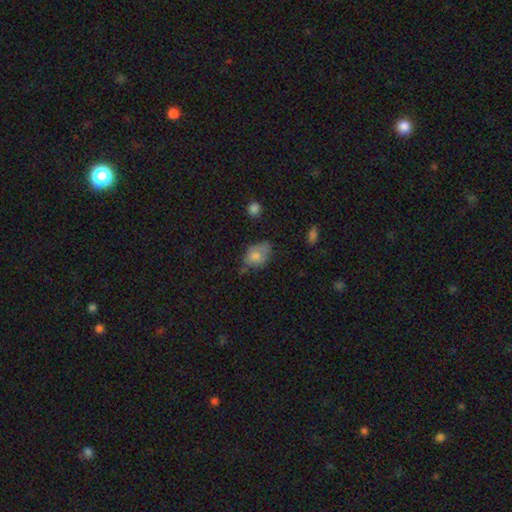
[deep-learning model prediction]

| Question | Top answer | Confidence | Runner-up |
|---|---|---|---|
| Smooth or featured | smooth | 73% | featured or disk (18%) |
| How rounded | in between | 69% | round (30%) |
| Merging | none | 44% | minor disturbance (37%) |